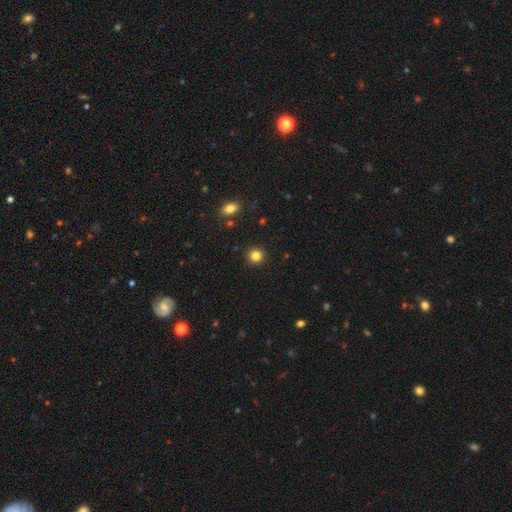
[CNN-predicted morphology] smooth_or_featured: smooth (p=0.82) [alt: star or artifact p=0.13]
how_rounded: round (p=0.92) [alt: in between p=0.07]
merging: none (p=0.91) [alt: minor disturbance p=0.05]